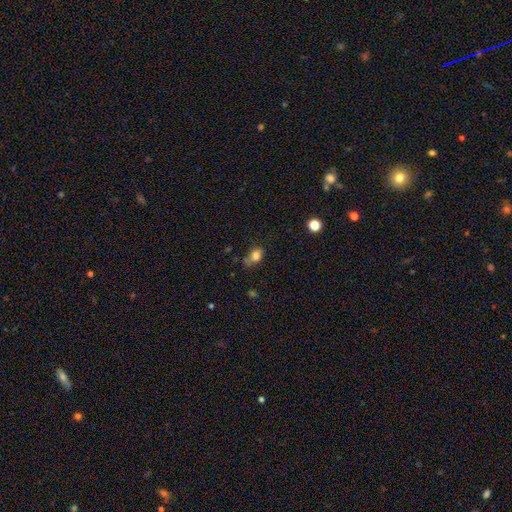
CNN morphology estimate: Q: Smooth or featured?
A: smooth (81%); runner-up: star or artifact (12%)
Q: How rounded?
A: in between (62%); runner-up: round (37%)
Q: Merging?
A: none (51%); runner-up: minor disturbance (31%)